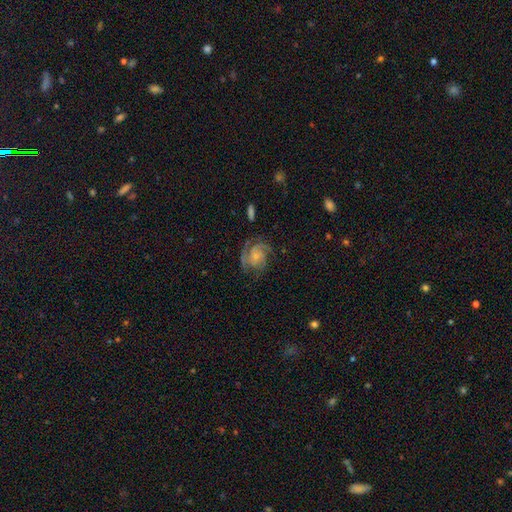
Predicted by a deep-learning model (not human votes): The model was most divided on "spiral winding": tight: 45%, medium: 41%, loose: 13%. Remaining: edge-on disk — no (98%); spiral arms — yes (93%); smooth or featured — featured or disk (77%); bar — no (70%); merging — none (62%); bulge size — small (60%); spiral arm count — 3 (33%).